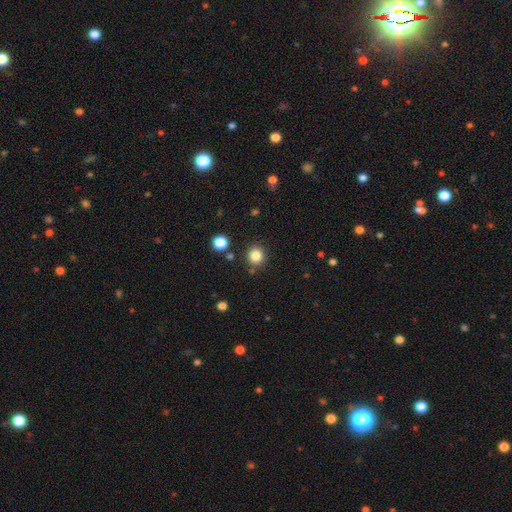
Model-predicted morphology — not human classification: Smooth or featured? Predicted: smooth (p=0.84). How rounded? Predicted: round (p=0.87). Merging? Predicted: none (p=0.86).